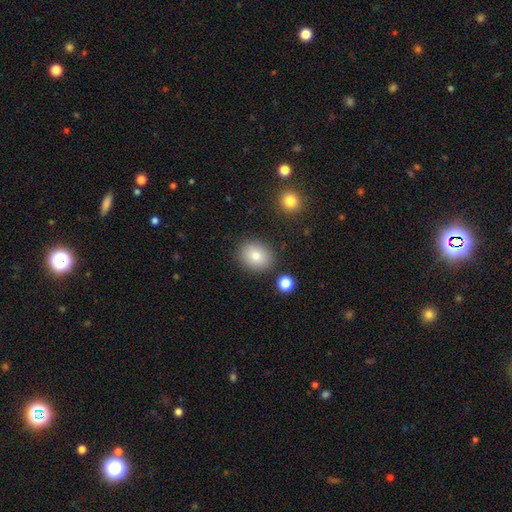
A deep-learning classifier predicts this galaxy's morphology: Q: Smooth or featured?
A: smooth (81%); runner-up: star or artifact (10%)
Q: How rounded?
A: round (62%); runner-up: in between (37%)
Q: Merging?
A: none (85%); runner-up: minor disturbance (9%)